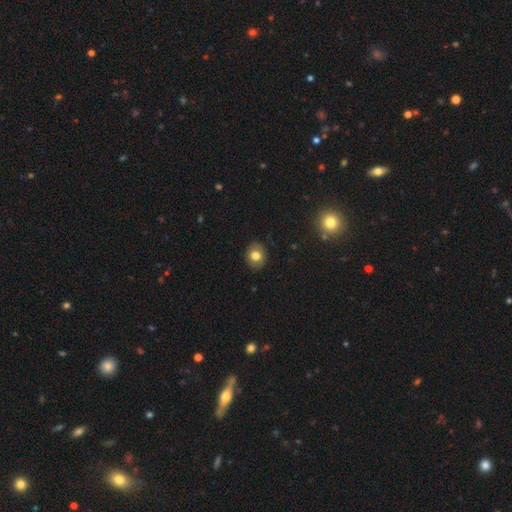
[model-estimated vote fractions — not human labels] A smooth galaxy with no disk features (76%) that is round (63%). Merging: none (87%).